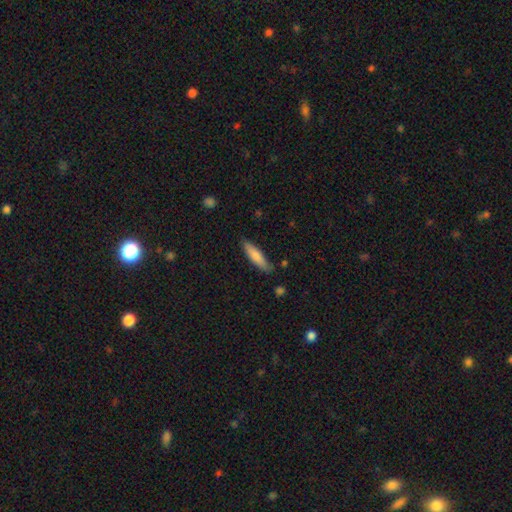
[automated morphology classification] Smooth or featured? Predicted: smooth (p=0.79). How rounded? Predicted: cigar-shaped (p=0.75). Merging? Predicted: none (p=0.81).